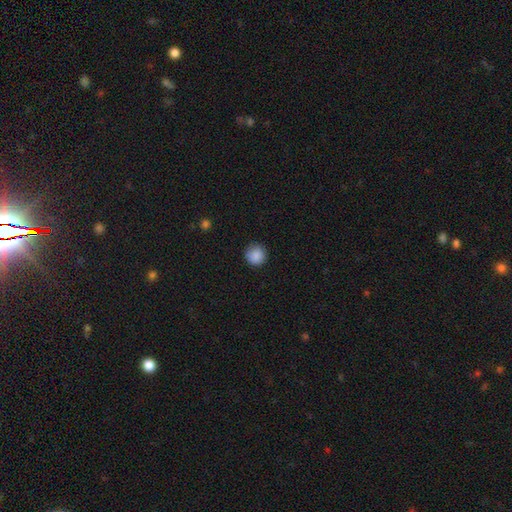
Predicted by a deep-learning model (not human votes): Smooth or featured? smooth (88%)
How rounded? round (94%)
Merging? none (87%)